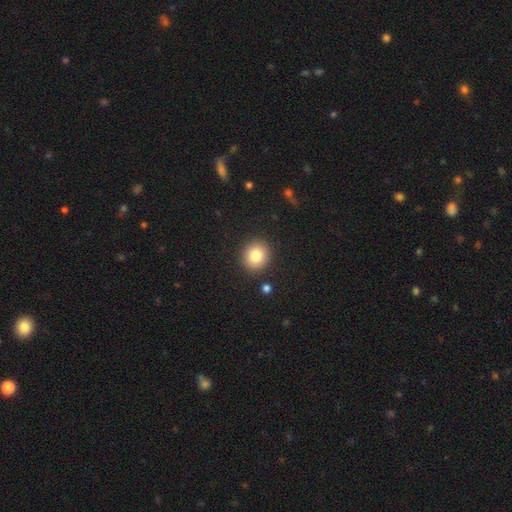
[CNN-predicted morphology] Q: Smooth or featured?
A: smooth (81%); runner-up: star or artifact (10%)
Q: How rounded?
A: round (84%); runner-up: in between (15%)
Q: Merging?
A: none (90%); runner-up: minor disturbance (6%)